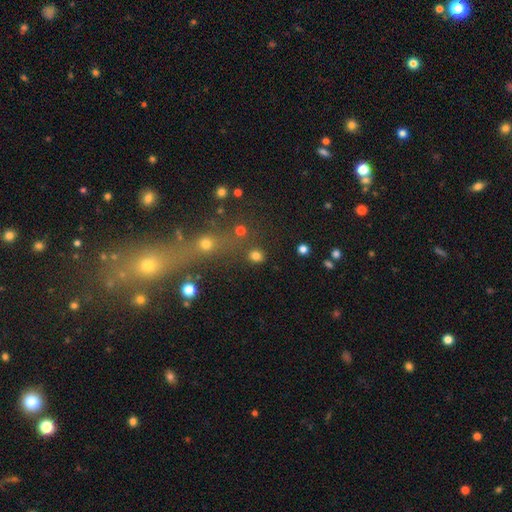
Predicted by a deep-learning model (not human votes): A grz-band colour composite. It shows a smooth galaxy with no disk features (78%) that is round (81%). Merging: none (79%).